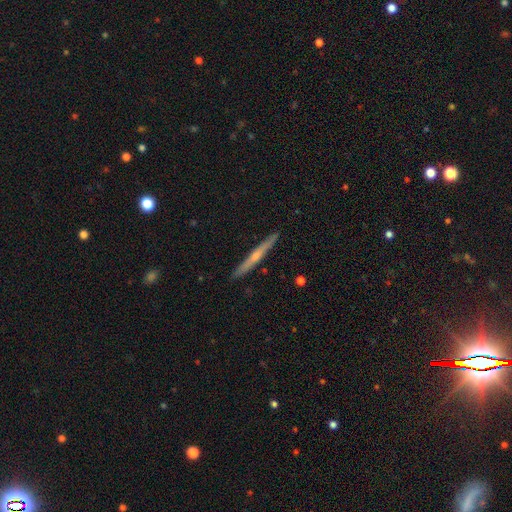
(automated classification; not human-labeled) A featured or disk galaxy (67%) viewed edge-on (97%) with a rounded central bulge (70%). Merging: none (92%).